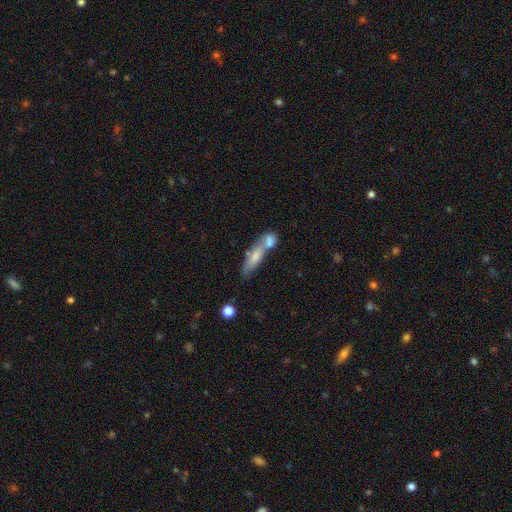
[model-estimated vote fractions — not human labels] Smooth or featured? smooth (57%)
How rounded? cigar-shaped (64%)
Merging? merger (50%)